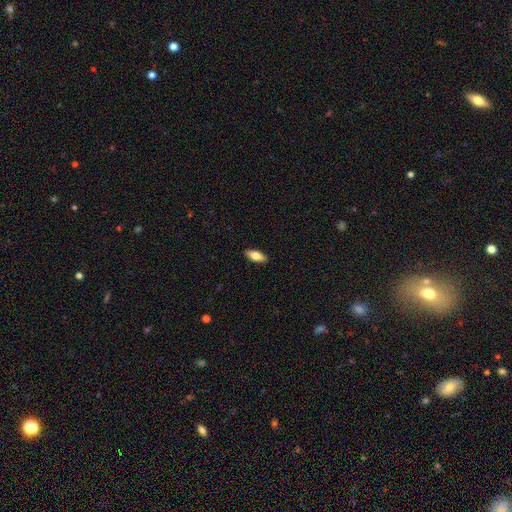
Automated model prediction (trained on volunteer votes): This appears to be a smooth galaxy with no disk features (72%) that is in between round and cigar-shaped (72%). Merging: none (90%).